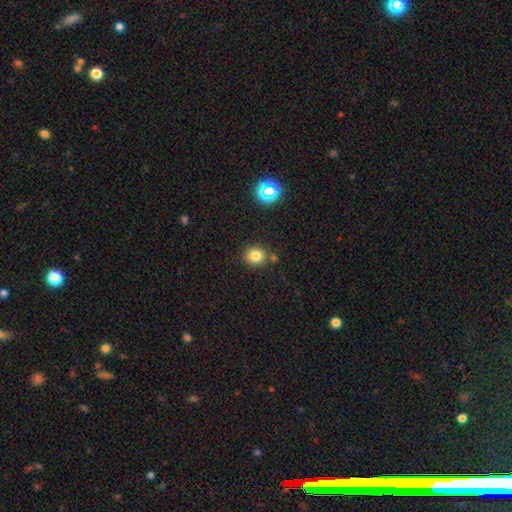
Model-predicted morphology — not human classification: smooth-or-featured: smooth: 80% | star or artifact: 14% | featured or disk: 6%
  how-rounded: round: 87% | in between: 12% | cigar-shaped: 1%
  merging: none: 79% | minor disturbance: 10% | merger: 8% | major disturbance: 3%